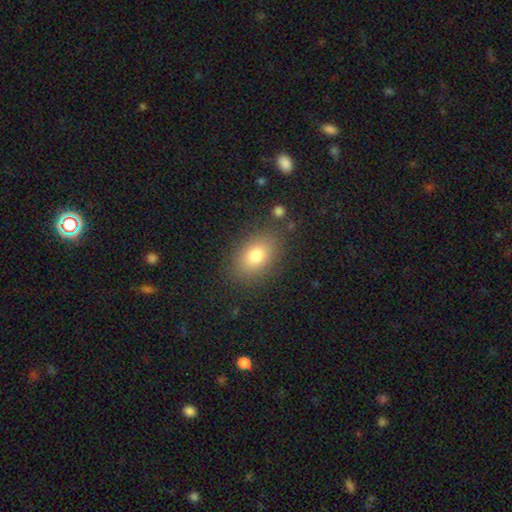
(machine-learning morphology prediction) Smooth or featured?
  - smooth: 79% *
  - featured or disk: 11%
  - star or artifact: 10%
How rounded?
  - in between: 82% *
  - round: 16%
  - cigar-shaped: 2%
Merging?
  - none: 83% *
  - minor disturbance: 11%
  - major disturbance: 4%
  - merger: 2%